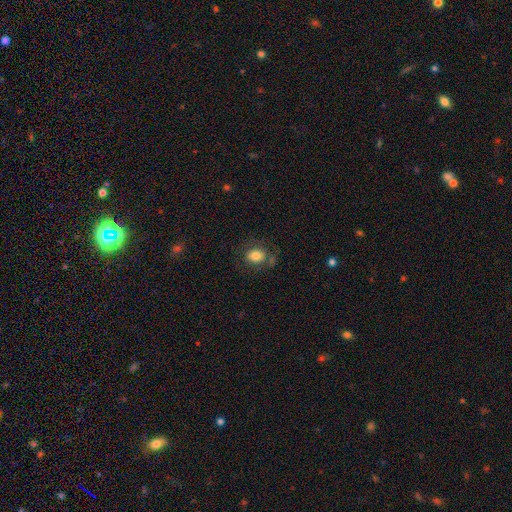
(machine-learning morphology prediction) smooth 80%, featured or disk 11%, star or artifact 10%. Down the decision tree: how rounded — in between (56%); merging — none (68%).